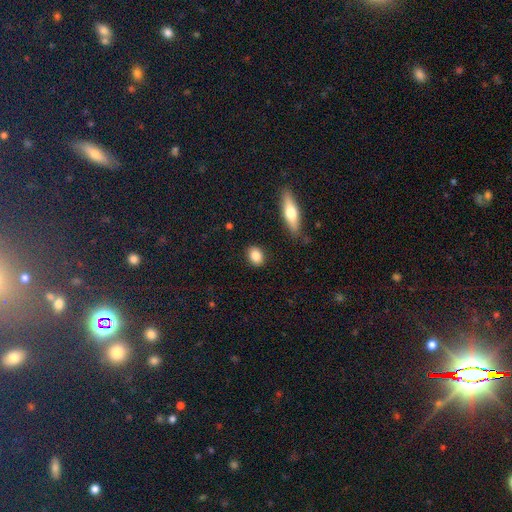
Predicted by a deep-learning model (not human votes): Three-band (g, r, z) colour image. It shows a smooth galaxy with no disk features (85%) that is in between round and cigar-shaped (59%). Merging: none (88%).